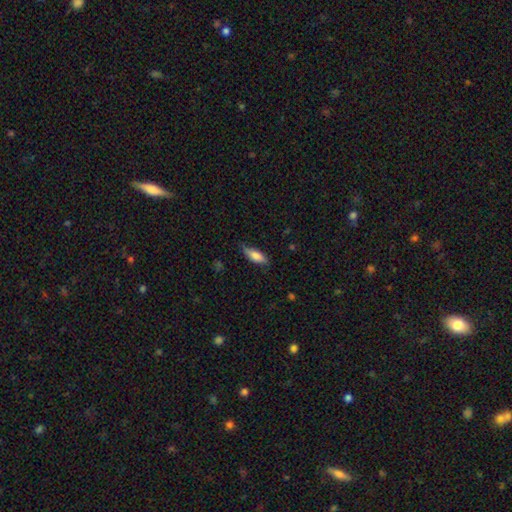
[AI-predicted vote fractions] This appears to be a smooth galaxy with no disk features (71%) that is in between round and cigar-shaped (61%). Merging: none (70%).